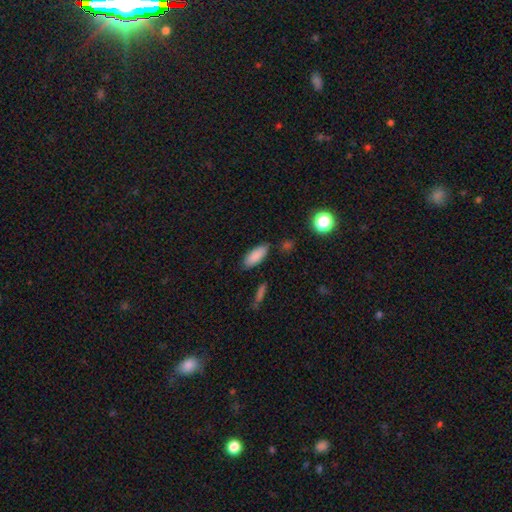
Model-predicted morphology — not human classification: smooth 87%, star or artifact 7%, featured or disk 6%. Down the decision tree: how rounded — in between (80%); merging — none (80%).